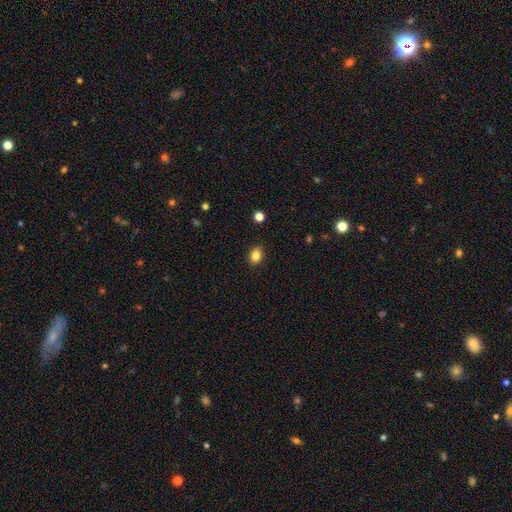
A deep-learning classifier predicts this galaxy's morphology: smooth 84%, star or artifact 10%, featured or disk 6%. Down the decision tree: how rounded — in between (63%); merging — none (89%).